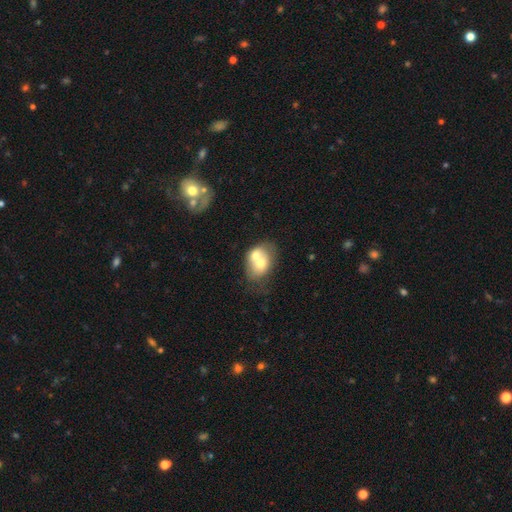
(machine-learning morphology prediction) Smooth or featured? Predicted: smooth (p=0.59). How rounded? Predicted: in between (p=0.59). Merging? Predicted: merger (p=0.67).